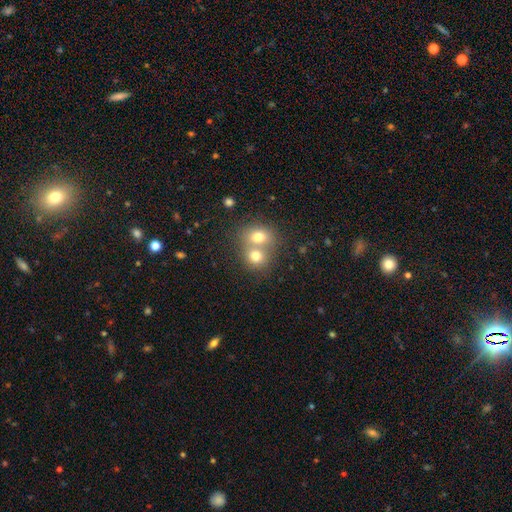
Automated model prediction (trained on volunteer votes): smooth_or_featured: smooth (p=0.73) [alt: featured or disk p=0.15]
how_rounded: round (p=0.71) [alt: in between p=0.28]
merging: merger (p=0.64) [alt: none p=0.28]